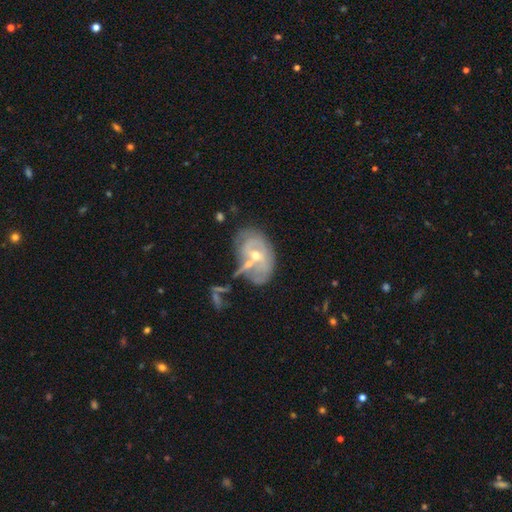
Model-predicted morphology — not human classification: Smooth or featured? Predicted: featured or disk (p=0.69). Edge-on disk? Predicted: no (p=0.95). Bar? Predicted: no (p=0.54). Spiral arms? Predicted: yes (p=0.62). Bulge size? Predicted: moderate (p=0.57). Merging? Predicted: merger (p=0.35).